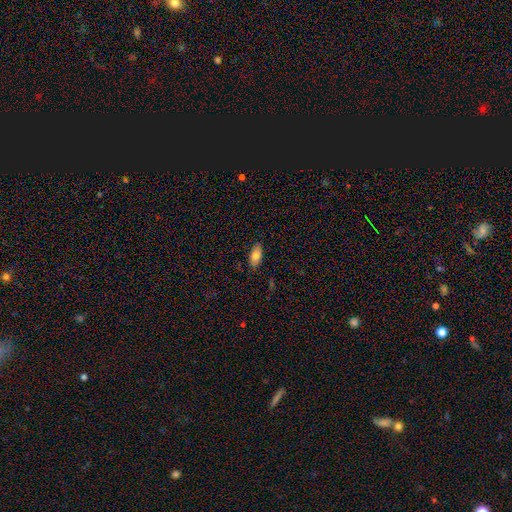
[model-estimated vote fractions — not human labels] The model was most divided on "smooth or featured": smooth: 78%, featured or disk: 15%, star or artifact: 7%. More confident: how rounded — in between (90%); merging — none (86%).